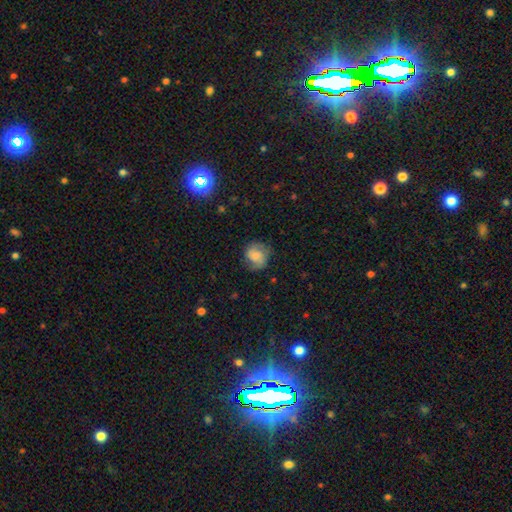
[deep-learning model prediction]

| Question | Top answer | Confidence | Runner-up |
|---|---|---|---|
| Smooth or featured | smooth | 66% | featured or disk (25%) |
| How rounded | round | 75% | in between (24%) |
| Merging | none | 66% | minor disturbance (24%) |